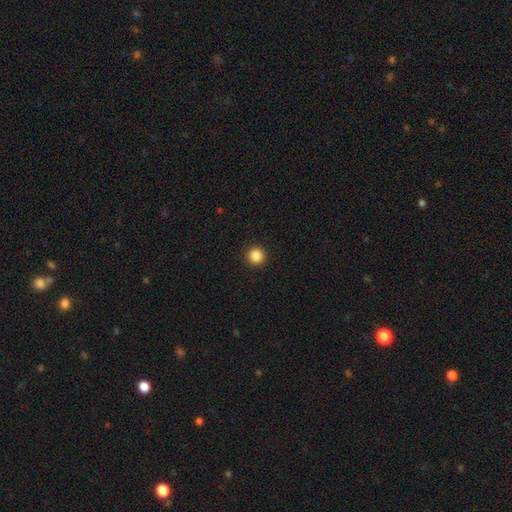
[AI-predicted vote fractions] Smooth or featured? smooth (86%)
How rounded? round (96%)
Merging? none (94%)